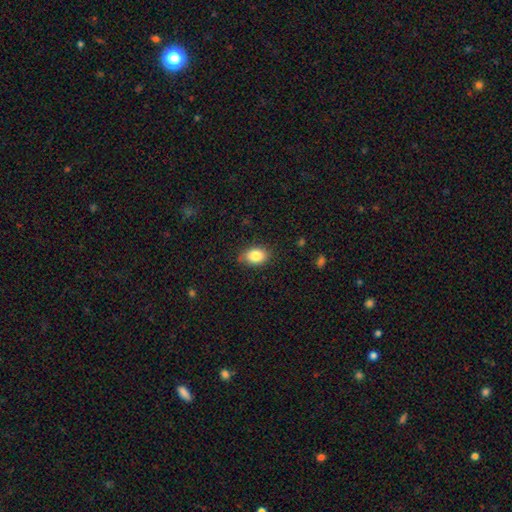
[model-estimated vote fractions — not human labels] The model was most divided on "how rounded": in between: 79%, round: 20%, cigar-shaped: 1%. More confident: smooth or featured — smooth (83%); merging — none (78%).